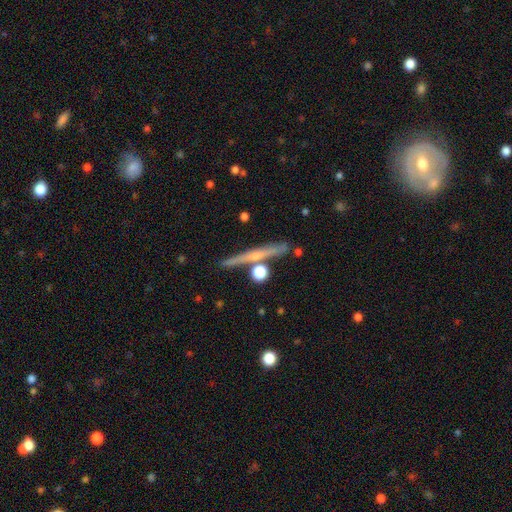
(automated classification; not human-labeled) smooth-or-featured: featured or disk: 59% | smooth: 33% | star or artifact: 8%
  disk-edge-on: yes: 96% | no: 4%
    edge-on-bulge: rounded: 54% | none: 41% | boxy: 6%
  merging: none: 83% | minor disturbance: 8% | merger: 7% | major disturbance: 2%